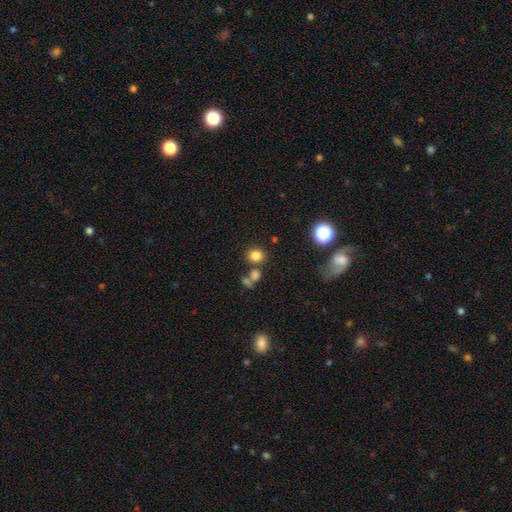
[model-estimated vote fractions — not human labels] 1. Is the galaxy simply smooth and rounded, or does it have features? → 79% smooth, 14% star or artifact, 6% featured or disk.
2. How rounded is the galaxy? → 78% round, 21% in between, 1% cigar-shaped.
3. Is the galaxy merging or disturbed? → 71% none, 15% merger, 9% minor disturbance, 4% major disturbance.